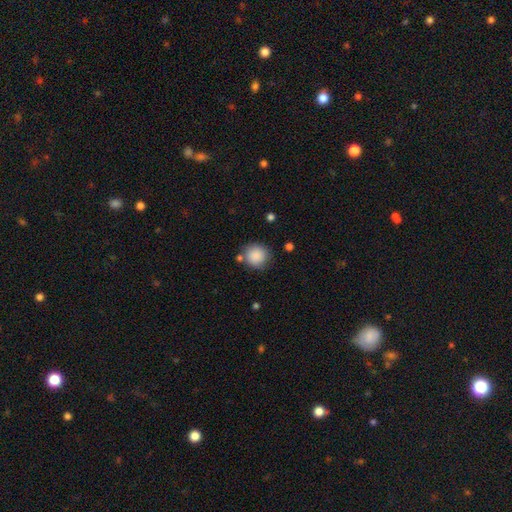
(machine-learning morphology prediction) Q: Smooth or featured?
A: smooth (88%); runner-up: star or artifact (8%)
Q: How rounded?
A: round (90%); runner-up: in between (9%)
Q: Merging?
A: none (77%); runner-up: minor disturbance (12%)